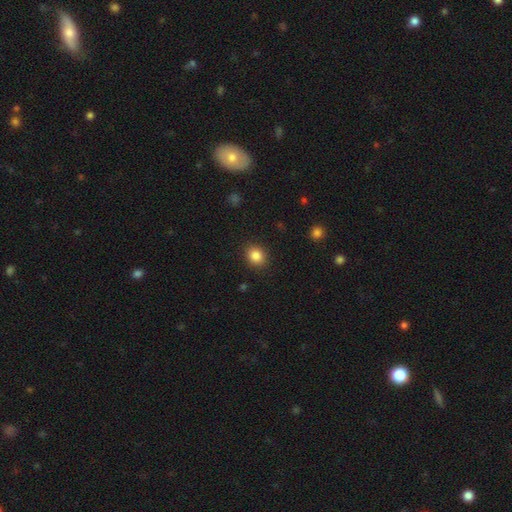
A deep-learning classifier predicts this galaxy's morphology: Smooth or featured: smooth — 85% (star or artifact — 10%)
How rounded: round — 74% (in between — 25%)
Merging: none — 89% (minor disturbance — 8%)